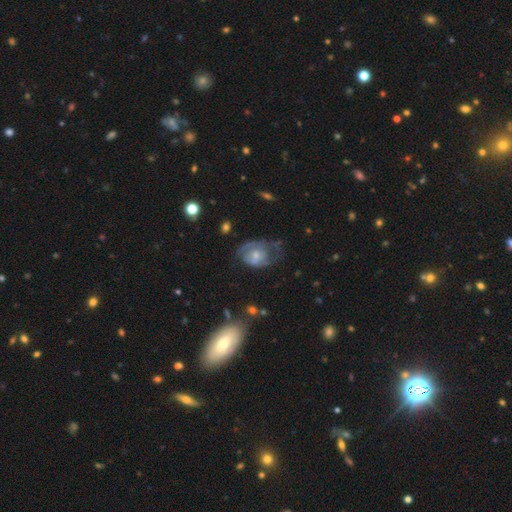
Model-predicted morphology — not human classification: Overall: featured or disk (58%; smooth 34%). Edge-on disk: no (97%). Bar: no (69%). Spiral arms: yes (62%; no 38%). Bulge size: small (51%; moderate 37%). Merging: major disturbance (35%, tied with none).